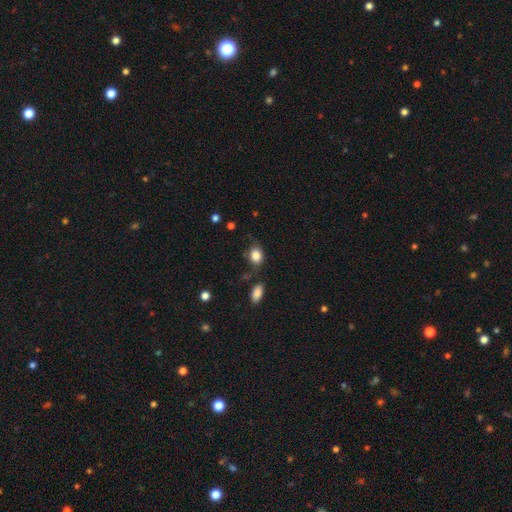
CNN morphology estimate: This is clearly a smooth galaxy (85%). How rounded: likely in between (66%). Merging: likely none (62%).